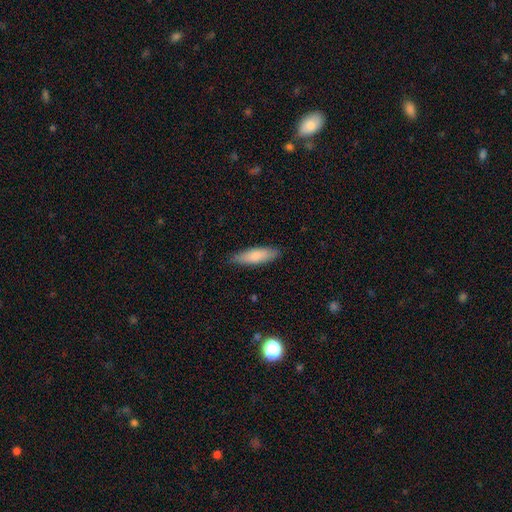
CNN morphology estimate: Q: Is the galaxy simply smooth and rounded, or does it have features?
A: smooth — 80%.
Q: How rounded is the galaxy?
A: cigar-shaped — 56%.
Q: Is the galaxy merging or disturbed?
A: none — 84%.